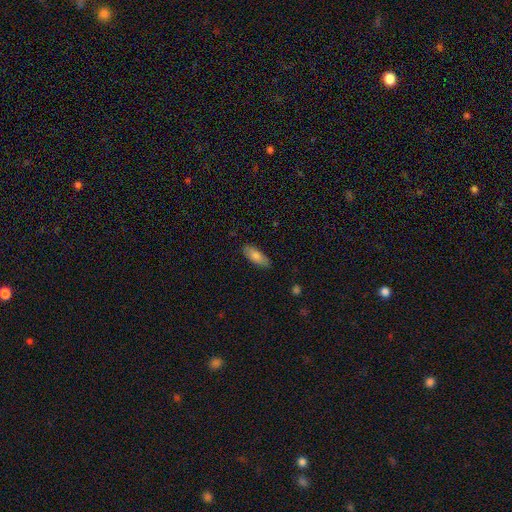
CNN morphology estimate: A smooth galaxy with no disk features (81%) that is in between round and cigar-shaped (72%).

Vote fractions:
- Smooth or featured? smooth: 81% / featured or disk: 13% / star or artifact: 6%
- How rounded? in between: 72% / cigar-shaped: 27% / round: 2%
- Merging? none: 85% / minor disturbance: 12% / major disturbance: 2% / merger: 1%